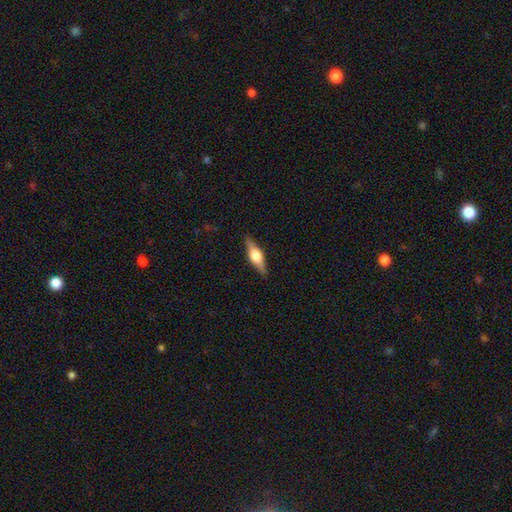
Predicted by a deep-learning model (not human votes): A featured or disk galaxy (65%) viewed edge-on (96%) with a rounded central bulge (91%).

Vote fractions:
- Smooth or featured? featured or disk: 65% / smooth: 28% / star or artifact: 6%
- Edge-on disk? yes: 96% / no: 4%
- Edge-on bulge? rounded: 91% / boxy: 8% / none: 2%
- Merging? none: 89% / minor disturbance: 8% / major disturbance: 2% / merger: 1%